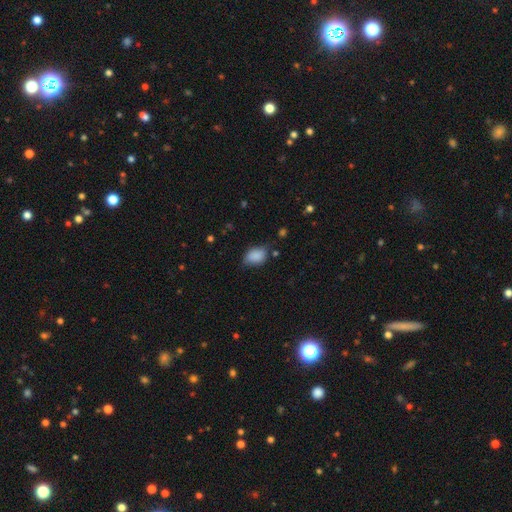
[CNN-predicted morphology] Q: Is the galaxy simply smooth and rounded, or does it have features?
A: smooth — 85%.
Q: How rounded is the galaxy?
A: in between — 83%.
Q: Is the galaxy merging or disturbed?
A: none — 57%.